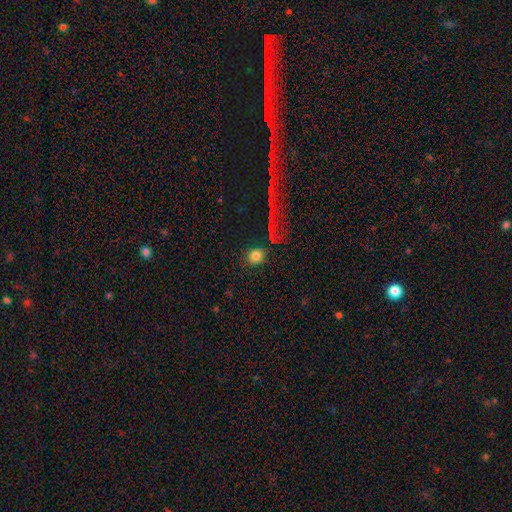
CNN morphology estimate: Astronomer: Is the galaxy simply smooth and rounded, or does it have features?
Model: smooth — 81%.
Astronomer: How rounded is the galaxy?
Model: round — 73%.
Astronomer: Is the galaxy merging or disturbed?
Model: none — 75%.